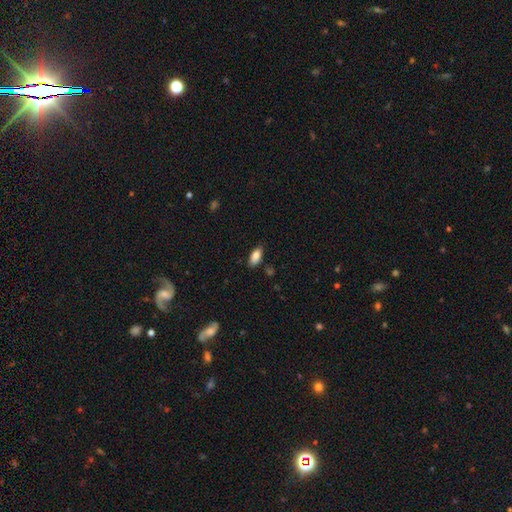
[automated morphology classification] A smooth galaxy with no disk features (83%) that is in between round and cigar-shaped (89%).

Vote fractions:
- Smooth or featured? smooth: 83% / featured or disk: 9% / star or artifact: 8%
- How rounded? in between: 89% / cigar-shaped: 9% / round: 3%
- Merging? none: 82% / minor disturbance: 14% / major disturbance: 2% / merger: 2%